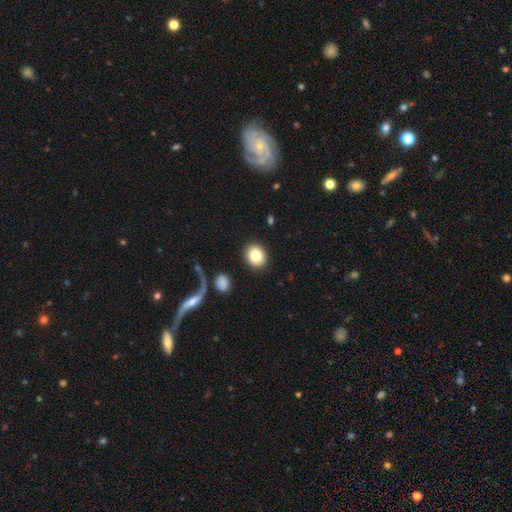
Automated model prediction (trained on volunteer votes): Smooth or featured?
  - smooth: 83% *
  - featured or disk: 9%
  - star or artifact: 8%
How rounded?
  - round: 60% *
  - in between: 39%
  - cigar-shaped: 1%
Merging?
  - none: 89% *
  - minor disturbance: 7%
  - major disturbance: 3%
  - merger: 2%